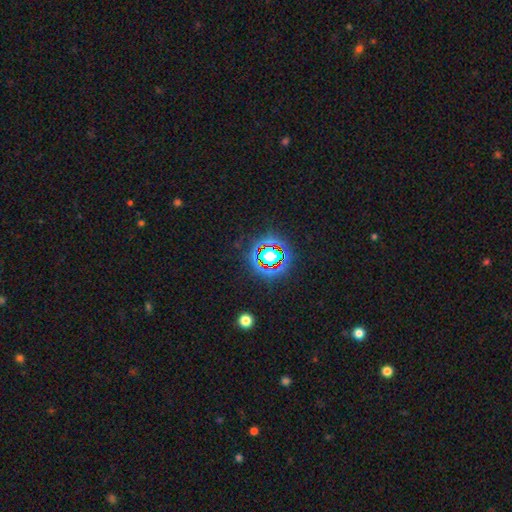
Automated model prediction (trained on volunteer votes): A star or artifact, not a galaxy (82%).

Vote fractions:
- Smooth or featured? star or artifact: 82% / smooth: 11% / featured or disk: 7%